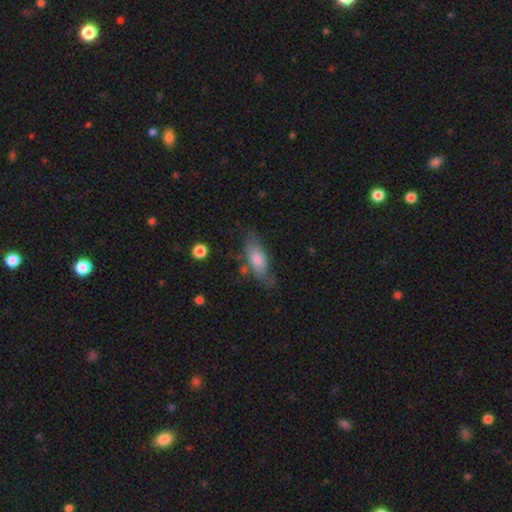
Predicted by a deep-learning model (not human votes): smooth 60%, featured or disk 31%, star or artifact 9%. Down the decision tree: how rounded — in between (65%); merging — none (70%).